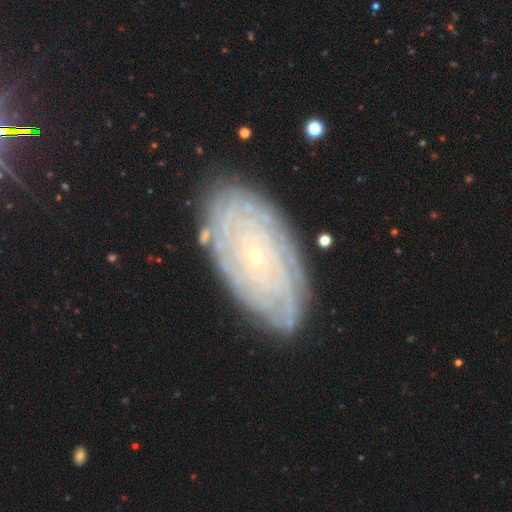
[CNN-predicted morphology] type=featured or disk (81%); edge-on=no (94%); bar=no (81%); spiral arms=yes (93%); winding=tight (85%); arm count=can't tell (40%); bulge=small (88%); merging=none (83%).